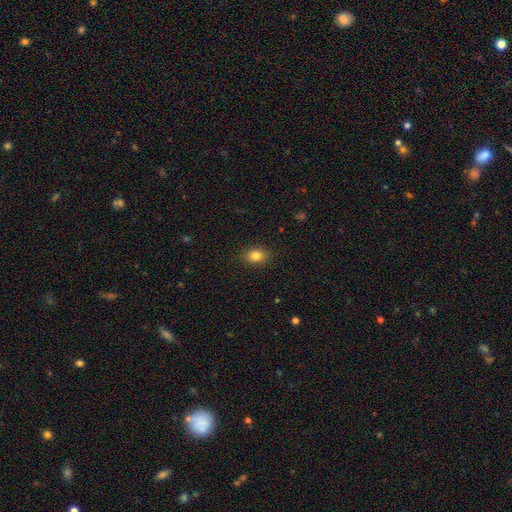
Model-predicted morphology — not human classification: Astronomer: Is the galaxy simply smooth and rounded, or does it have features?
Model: smooth — 83%.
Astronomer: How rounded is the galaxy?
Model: in between — 64%.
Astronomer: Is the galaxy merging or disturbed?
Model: none — 89%.